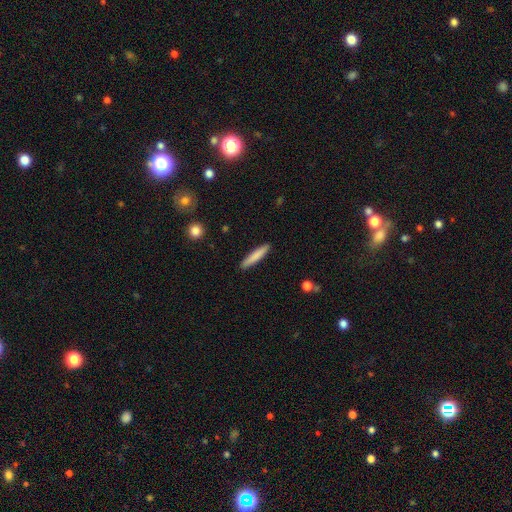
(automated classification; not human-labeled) smooth-or-featured: smooth: 79% | featured or disk: 16% | star or artifact: 5%
  how-rounded: cigar-shaped: 92% | in between: 7% | round: 1%
  merging: none: 90% | minor disturbance: 7% | major disturbance: 2% | merger: 1%